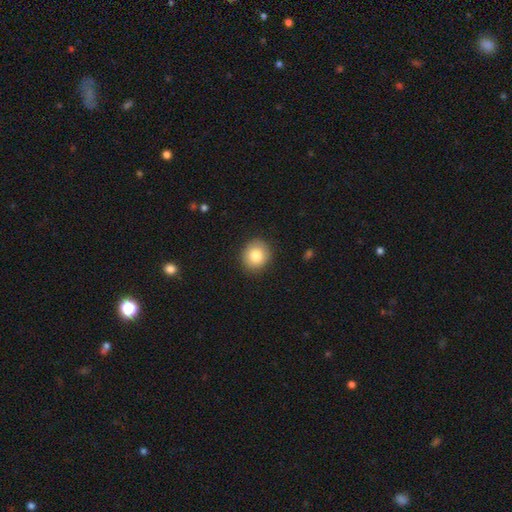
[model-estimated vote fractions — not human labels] smooth-or-featured: smooth: 82% | featured or disk: 9% | star or artifact: 9%
  how-rounded: round: 82% | in between: 17% | cigar-shaped: 1%
  merging: none: 89% | minor disturbance: 8% | major disturbance: 2% | merger: 1%